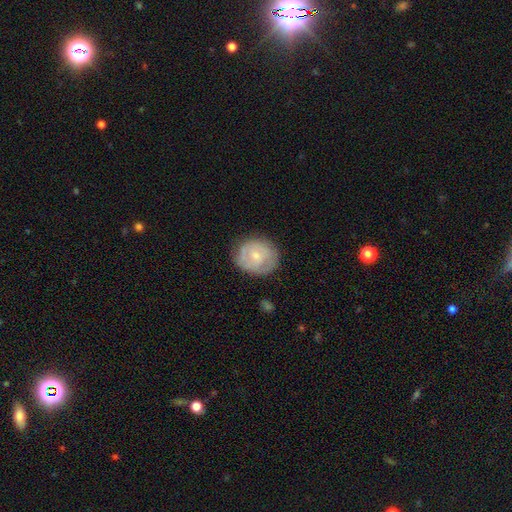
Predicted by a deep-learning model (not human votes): Smooth or featured? Predicted: smooth (p=0.49). Merging? Predicted: none (p=0.74).